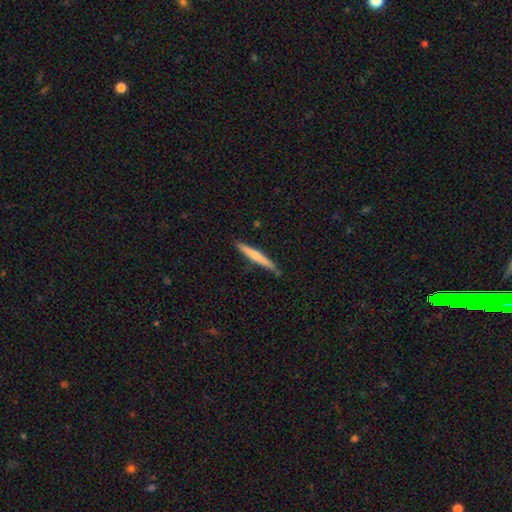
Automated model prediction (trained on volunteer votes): smooth_or_featured: smooth (p=0.63) [alt: featured or disk p=0.31]
how_rounded: cigar-shaped (p=0.96) [alt: in between p=0.03]
merging: none (p=0.84) [alt: minor disturbance p=0.12]